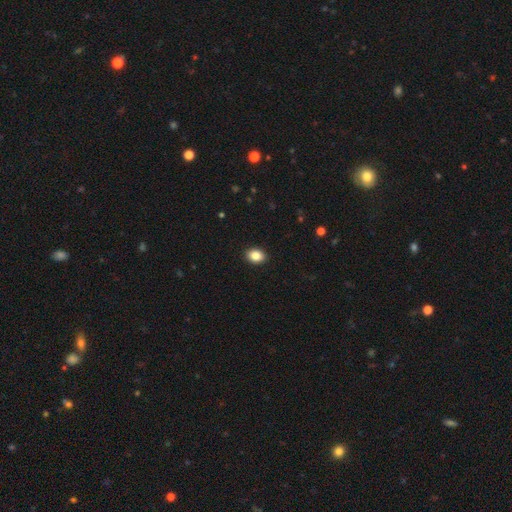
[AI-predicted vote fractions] Smooth or featured? Predicted: smooth (p=0.86). How rounded? Predicted: in between (p=0.72). Merging? Predicted: none (p=0.91).